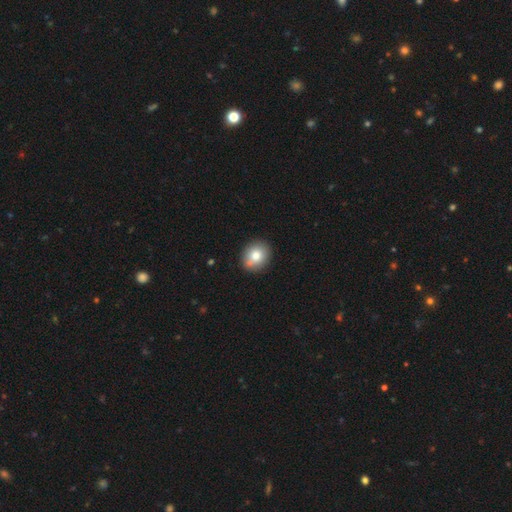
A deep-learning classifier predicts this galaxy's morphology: A smooth galaxy with no disk features (78%) that is round (70%). Merging: none (80%).